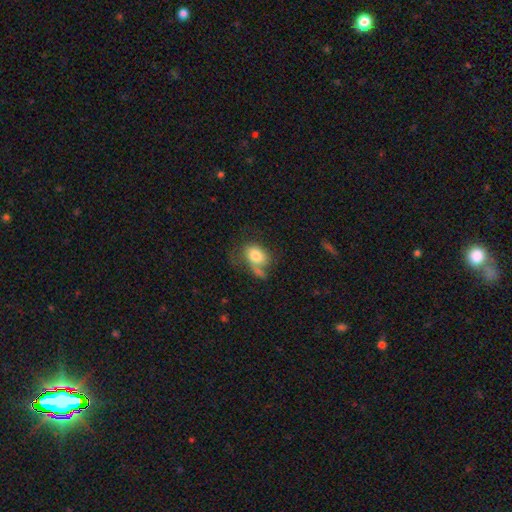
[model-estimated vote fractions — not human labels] A smooth galaxy with no disk features (72%) that is in between round and cigar-shaped (72%).

Vote fractions:
- Smooth or featured? smooth: 72% / featured or disk: 19% / star or artifact: 9%
- How rounded? in between: 72% / round: 27% / cigar-shaped: 1%
- Merging? none: 37% / major disturbance: 23% / minor disturbance: 22% / merger: 18%